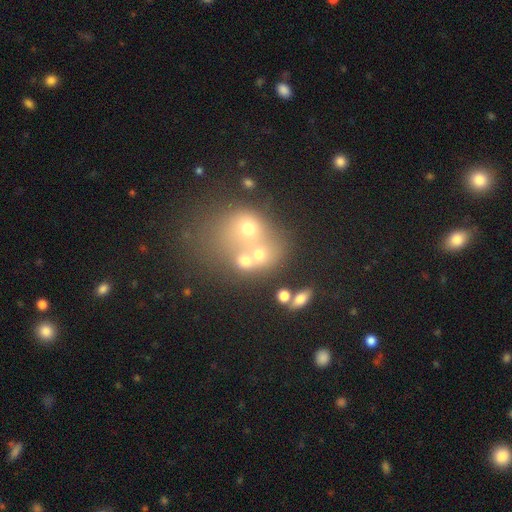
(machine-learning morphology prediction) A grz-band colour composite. It shows a smooth galaxy with no disk features (41%). Merging: merger (56%).